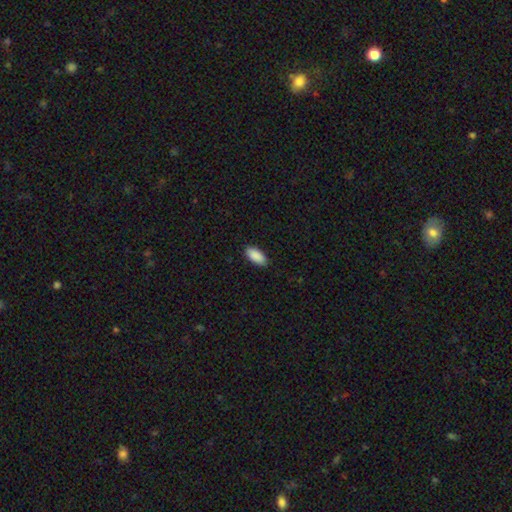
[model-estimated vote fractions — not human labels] Smooth or featured: smooth — 91% (star or artifact — 6%)
How rounded: in between — 92% (cigar-shaped — 6%)
Merging: none — 89% (minor disturbance — 8%)